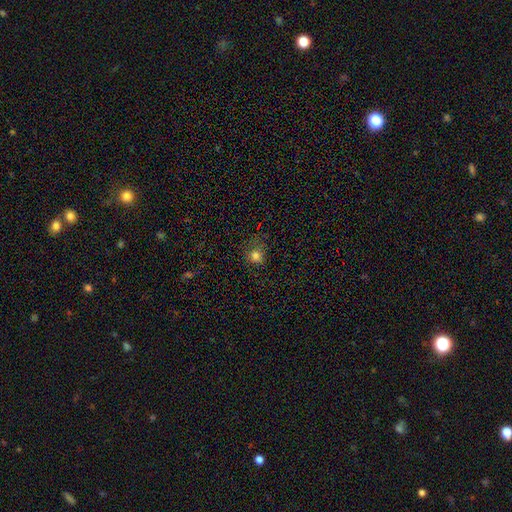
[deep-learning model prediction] A smooth galaxy with no disk features (77%) that is round (82%). Merging: none (68%).